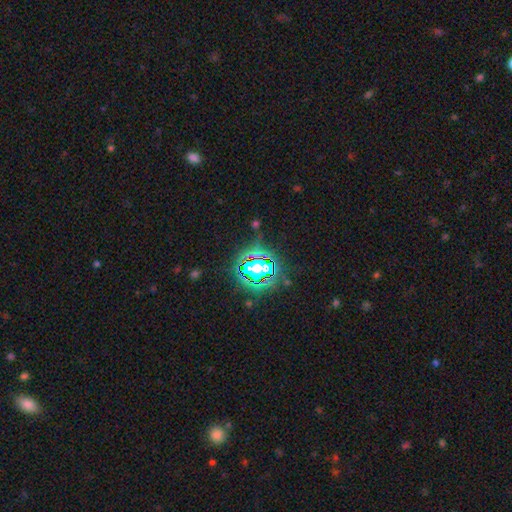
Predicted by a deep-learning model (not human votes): Overall: star or artifact (83%).